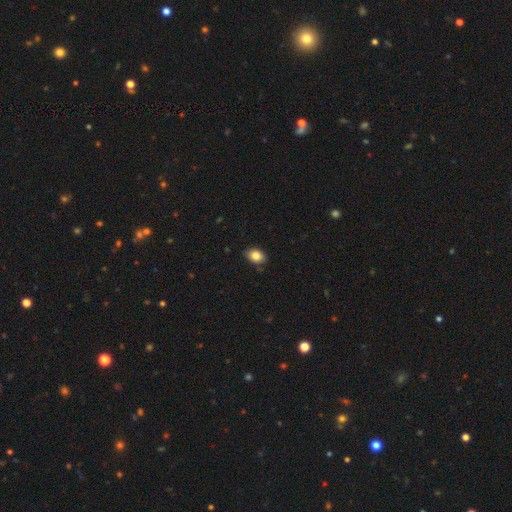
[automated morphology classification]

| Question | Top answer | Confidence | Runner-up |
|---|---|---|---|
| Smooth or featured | smooth | 84% | star or artifact (9%) |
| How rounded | in between | 75% | round (23%) |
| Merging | none | 83% | minor disturbance (14%) |